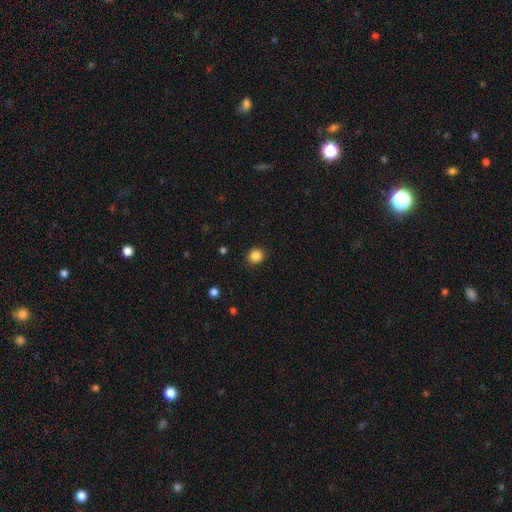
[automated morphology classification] A smooth galaxy with no disk features (85%) that is round (82%).

Vote fractions:
- Smooth or featured? smooth: 85% / star or artifact: 11% / featured or disk: 4%
- How rounded? round: 82% / in between: 17% / cigar-shaped: 1%
- Merging? none: 91% / minor disturbance: 6% / major disturbance: 2% / merger: 1%